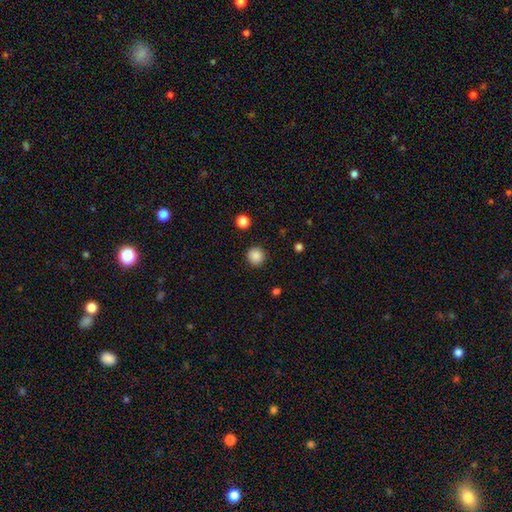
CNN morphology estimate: Smooth or featured? Predicted: smooth (p=0.87). How rounded? Predicted: round (p=0.93). Merging? Predicted: none (p=0.90).